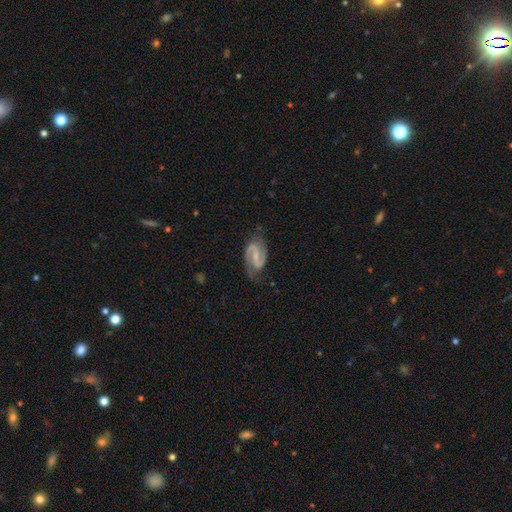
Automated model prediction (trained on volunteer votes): Q: Smooth or featured?
A: featured or disk (89%); runner-up: smooth (7%)
Q: Edge-on disk?
A: no (98%); runner-up: yes (2%)
Q: Bar?
A: weak (45%); runner-up: strong (40%)
Q: Spiral arms?
A: yes (97%); runner-up: no (3%)
Q: Spiral winding?
A: medium (55%); runner-up: loose (24%)
Q: Spiral arm count?
A: 2 (93%); runner-up: can't tell (2%)
Q: Bulge size?
A: small (50%); runner-up: none (31%)
Q: Merging?
A: none (76%); runner-up: minor disturbance (17%)